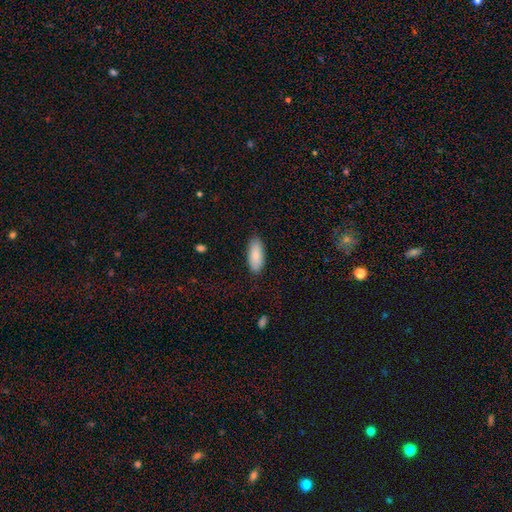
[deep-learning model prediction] Overall: smooth (85%). How rounded: in between (85%). Merging: none (87%).